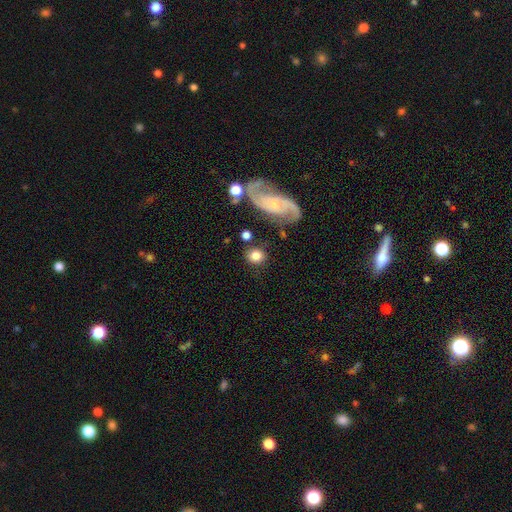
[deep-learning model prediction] Smooth or featured? smooth (73%)
How rounded? round (83%)
Merging? none (78%)